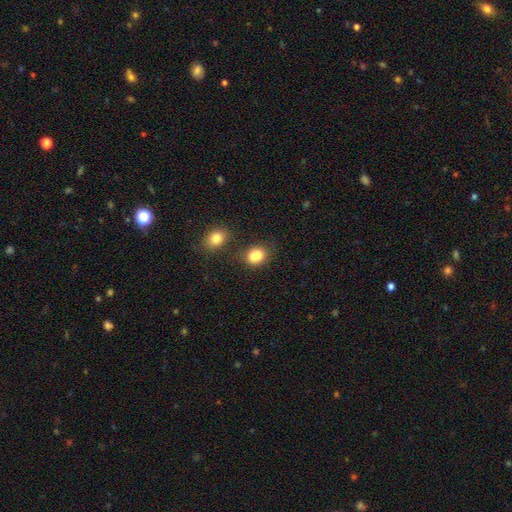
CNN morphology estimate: smooth-or-featured: smooth: 78% | featured or disk: 11% | star or artifact: 11%
  how-rounded: round: 56% | in between: 43% | cigar-shaped: 1%
  merging: none: 43% | merger: 40% | minor disturbance: 12% | major disturbance: 5%